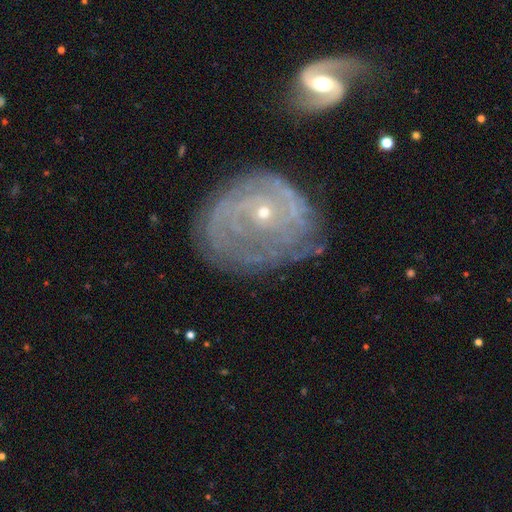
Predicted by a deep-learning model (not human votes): Overall: featured or disk (81%). Edge-on disk: no (97%). Bar: no (69%). Spiral arms: yes (89%). Spiral arm count: can't tell (38%; 2 26%). Spiral winding: tight (61%; medium 28%). Bulge size: small (80%). Merging: none (55%; minor disturbance 24%).